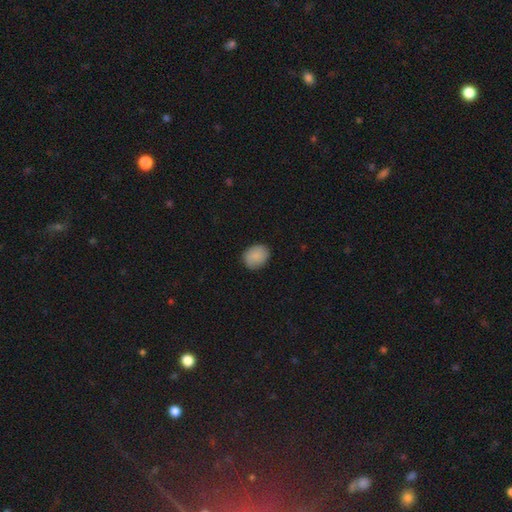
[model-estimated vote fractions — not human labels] A smooth galaxy with no disk features (88%) that is round (52%).

Vote fractions:
- Smooth or featured? smooth: 88% / star or artifact: 7% / featured or disk: 5%
- How rounded? round: 52% / in between: 47% / cigar-shaped: 1%
- Merging? none: 87% / minor disturbance: 10% / major disturbance: 2% / merger: 1%